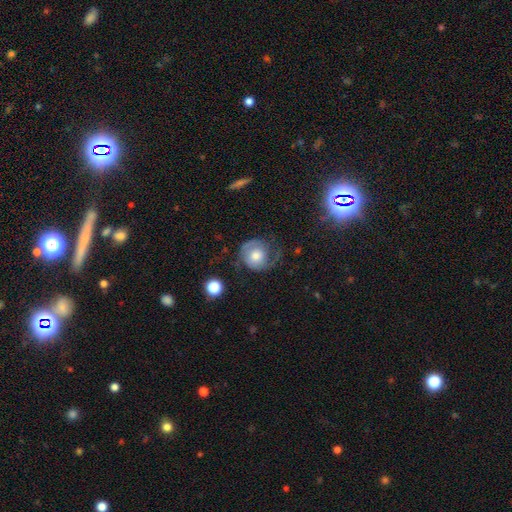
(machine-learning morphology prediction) A featured or disk galaxy (59%) with no bar (74%), spiral arms (86%) and a moderate central bulge (61%).

Vote fractions:
- Smooth or featured? featured or disk: 59% / smooth: 33% / star or artifact: 8%
- Edge-on disk? no: 97% / yes: 3%
- Bar? no: 74% / weak: 22% / strong: 4%
- Spiral arms? yes: 86% / no: 14%
- Bulge size? moderate: 61% / large: 18% / small: 17% / none: 3% / dominant: 2%
- Merging? none: 53% / major disturbance: 23% / minor disturbance: 22% / merger: 2%